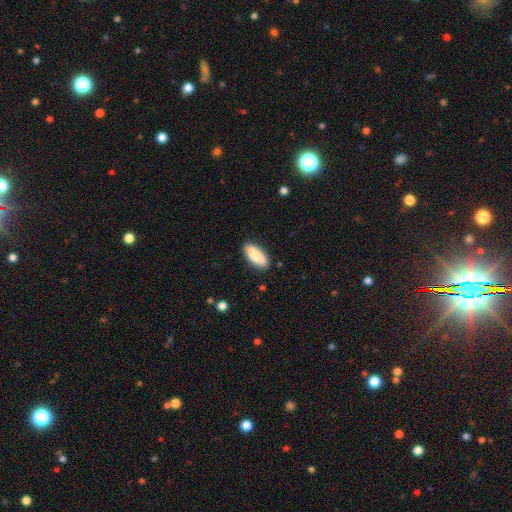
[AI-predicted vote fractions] Morphology: type=smooth (86%); roundness=in between (77%); merging=none (86%).